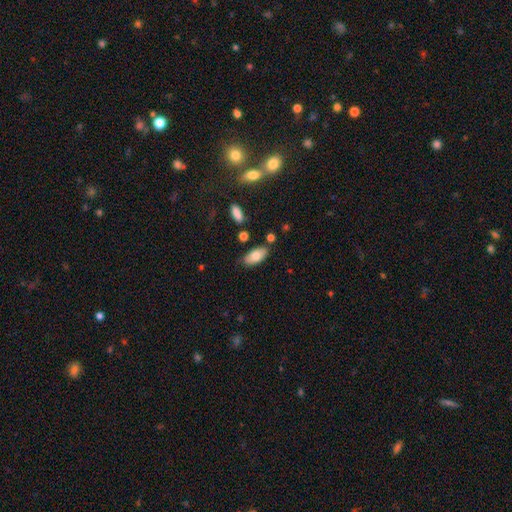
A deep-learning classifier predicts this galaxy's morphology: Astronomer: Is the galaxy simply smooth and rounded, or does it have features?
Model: smooth — 78%.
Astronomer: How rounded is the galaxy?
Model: in between — 92%.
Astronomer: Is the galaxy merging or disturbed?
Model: none — 76%.